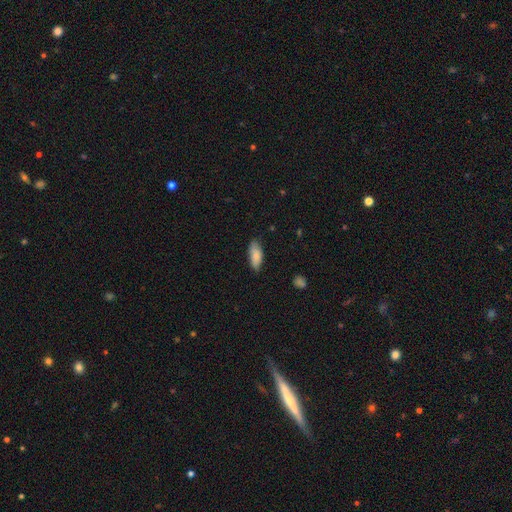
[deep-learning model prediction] This is clearly a smooth galaxy (83%). How rounded: likely in between (79%). Merging: likely none (78%).